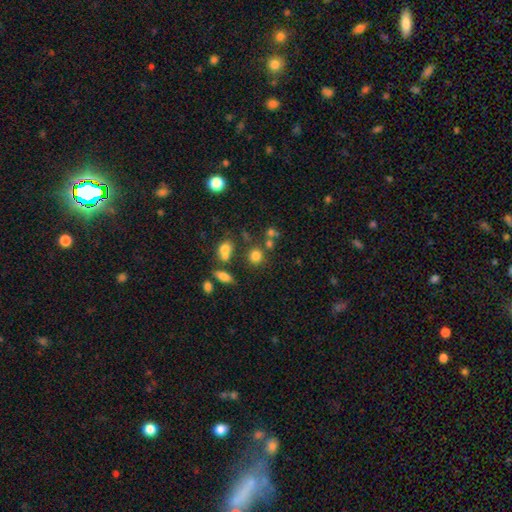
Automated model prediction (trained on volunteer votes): Morphology: type=smooth (77%); roundness=round (84%); merging=none (67%).